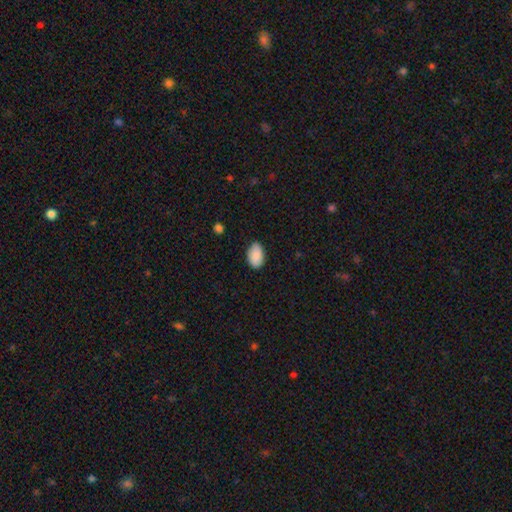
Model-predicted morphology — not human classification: This is clearly a smooth galaxy (89%). How rounded: clearly in between (92%). Merging: clearly none (81%).